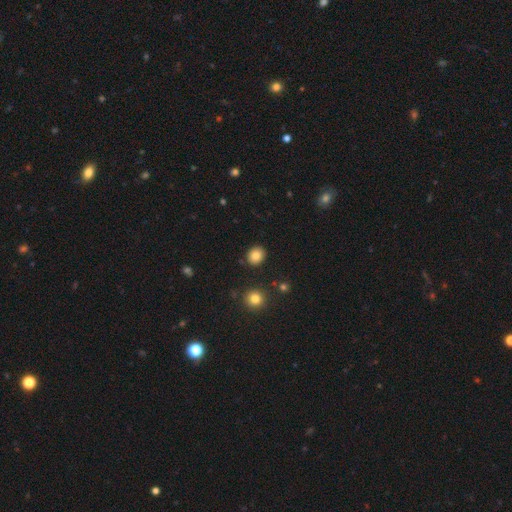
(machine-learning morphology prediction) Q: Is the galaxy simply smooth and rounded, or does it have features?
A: smooth — 84%.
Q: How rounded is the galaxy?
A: round — 76%.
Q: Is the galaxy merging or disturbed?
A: none — 89%.